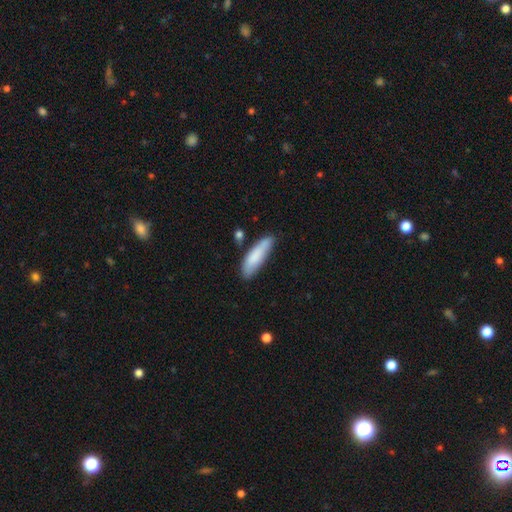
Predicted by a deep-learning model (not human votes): Q: Smooth or featured?
A: smooth (82%); runner-up: featured or disk (12%)
Q: How rounded?
A: cigar-shaped (62%); runner-up: in between (36%)
Q: Merging?
A: none (70%); runner-up: minor disturbance (21%)